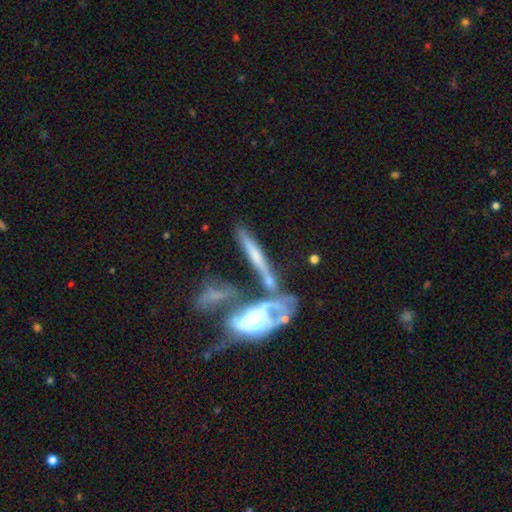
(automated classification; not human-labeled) The model was most divided on "merging": none: 41%, merger: 36%, minor disturbance: 13%, major disturbance: 9%. More confident: edge-on disk — yes (76%); smooth or featured — featured or disk (60%).